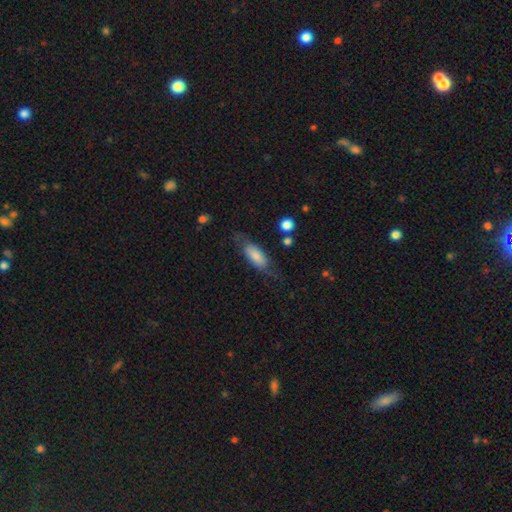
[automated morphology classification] A smooth galaxy with no disk features (71%) that is in between round and cigar-shaped (74%). Merging: none (62%).